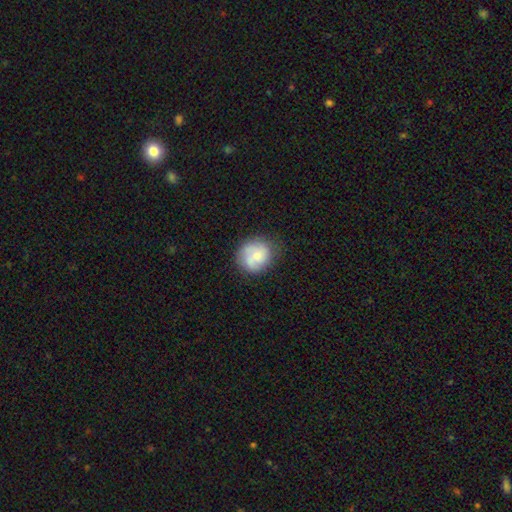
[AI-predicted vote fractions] This appears to be a smooth galaxy with no disk features (52%) that is round (79%). Merging: none (69%).